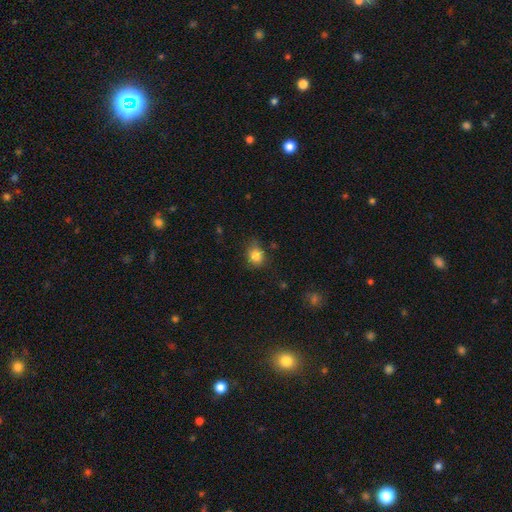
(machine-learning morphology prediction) The model was most divided on "how rounded": round: 66%, in between: 33%, cigar-shaped: 1%. More confident: smooth or featured — smooth (83%); merging — none (69%).